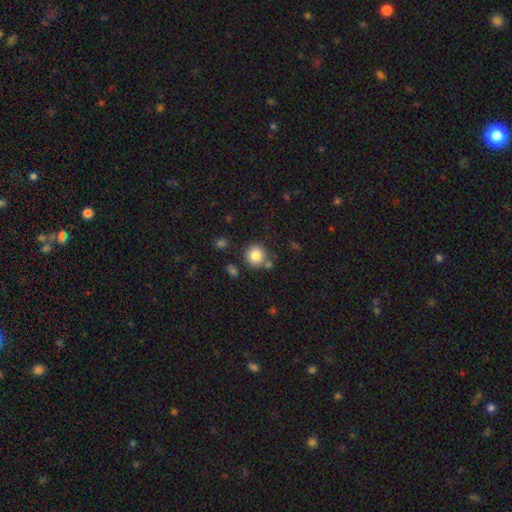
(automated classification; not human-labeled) smooth-or-featured: smooth: 84% | star or artifact: 10% | featured or disk: 6%
  how-rounded: round: 92% | in between: 8% | cigar-shaped: 1%
  merging: none: 78% | merger: 9% | minor disturbance: 9% | major disturbance: 3%